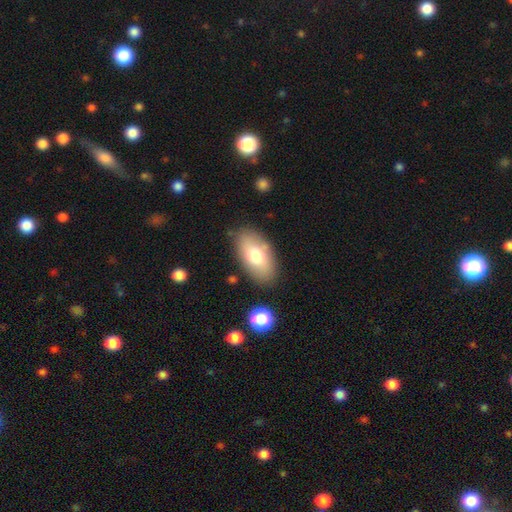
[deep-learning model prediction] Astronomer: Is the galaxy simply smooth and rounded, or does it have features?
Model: smooth — 72%.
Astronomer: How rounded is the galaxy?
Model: in between — 93%.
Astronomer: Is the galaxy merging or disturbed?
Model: none — 80%.